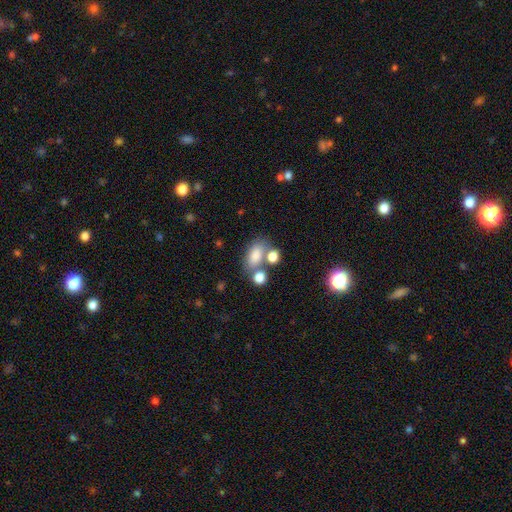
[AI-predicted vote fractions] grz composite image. It shows a smooth galaxy with no disk features (79%) that is in between round and cigar-shaped (85%). Merging: none (51%).